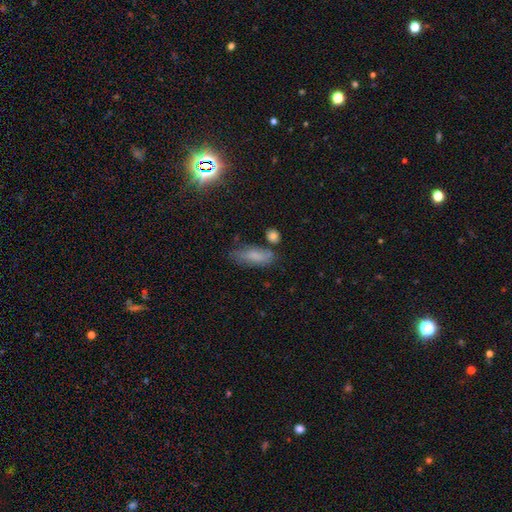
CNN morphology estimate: Overall: smooth (71%). How rounded: in between (68%; cigar-shaped 29%). Merging: none (60%; minor disturbance 24%).